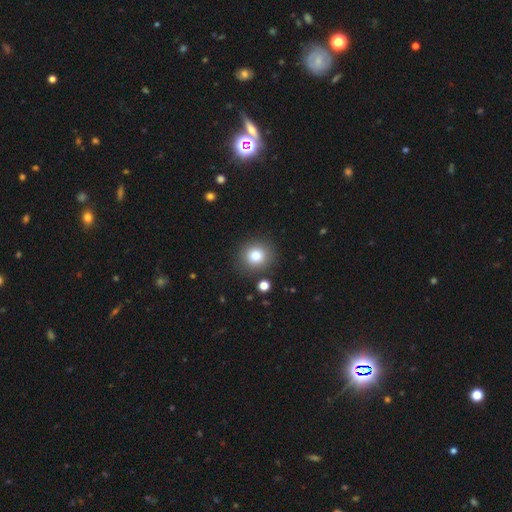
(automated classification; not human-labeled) The model was most divided on "smooth or featured": smooth: 78%, star or artifact: 13%, featured or disk: 9%. More confident: how rounded — round (89%); merging — none (88%).